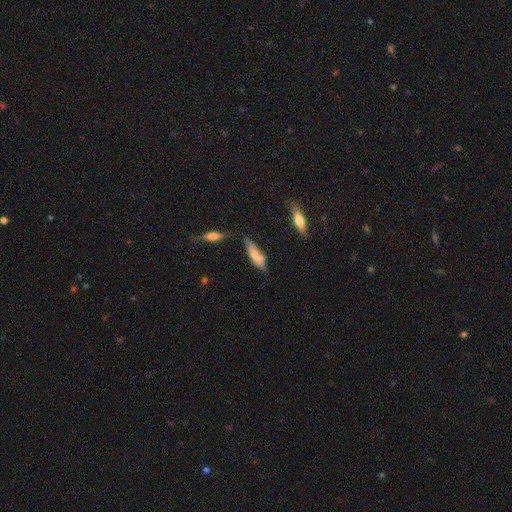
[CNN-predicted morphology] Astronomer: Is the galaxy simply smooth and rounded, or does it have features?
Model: smooth — 70%.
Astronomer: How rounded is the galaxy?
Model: cigar-shaped — 56% (runner-up: in between, 42%).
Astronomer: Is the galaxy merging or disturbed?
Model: none — 59%.